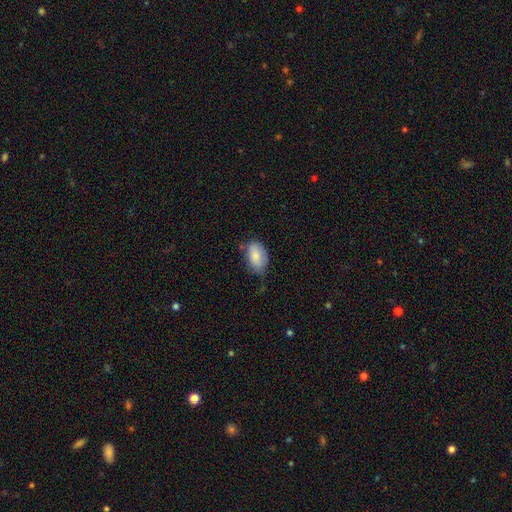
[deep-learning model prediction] Smooth or featured: smooth — 84% (featured or disk — 9%)
How rounded: in between — 92% (round — 6%)
Merging: none — 59% (minor disturbance — 32%)